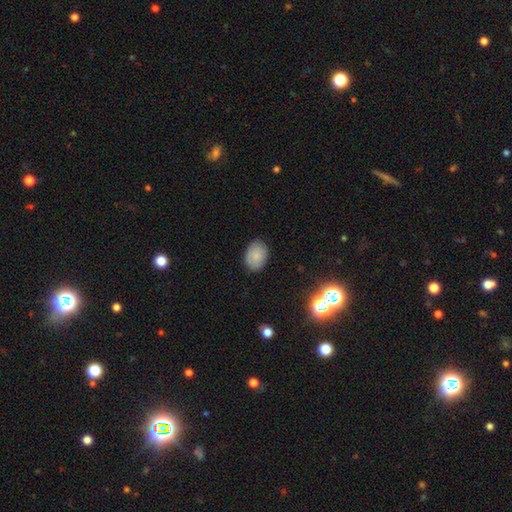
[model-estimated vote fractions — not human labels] Smooth or featured: smooth — 79% (featured or disk — 12%)
How rounded: in between — 76% (round — 23%)
Merging: none — 83% (minor disturbance — 13%)